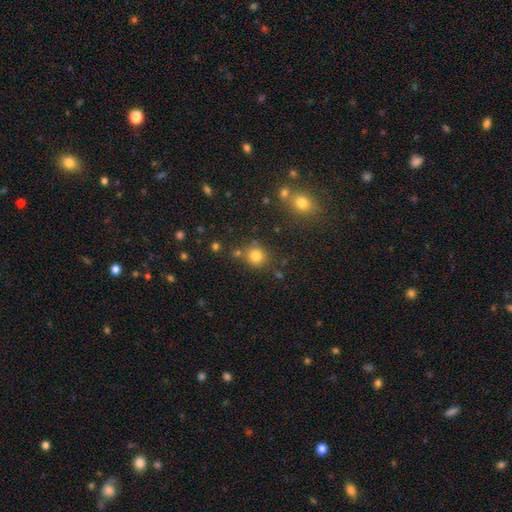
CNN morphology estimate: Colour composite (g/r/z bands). It shows a smooth galaxy with no disk features (81%) that is round (87%). Merging: none (75%).